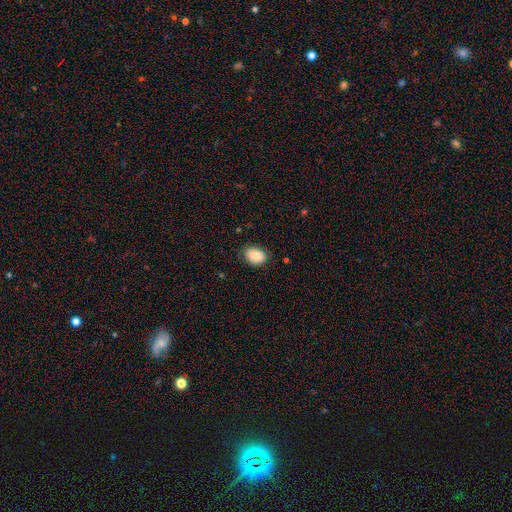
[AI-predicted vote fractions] The model was most divided on "how rounded": in between: 75%, round: 24%, cigar-shaped: 1%. More confident: smooth or featured — smooth (86%); merging — none (81%).